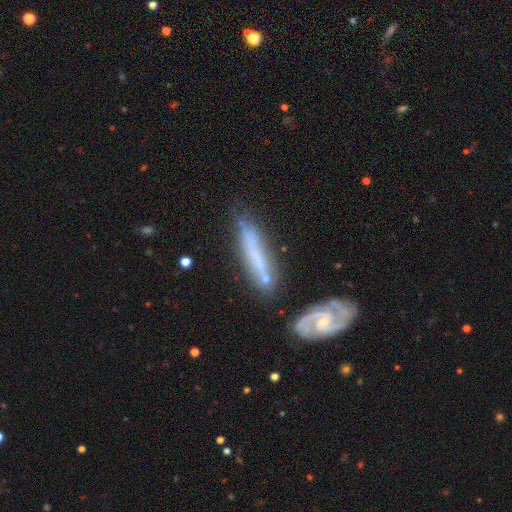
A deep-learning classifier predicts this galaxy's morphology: Smooth or featured?
  - featured or disk: 46% *
  - smooth: 45%
  - star or artifact: 8%
Merging?
  - none: 62% *
  - minor disturbance: 20%
  - merger: 12%
  - major disturbance: 6%